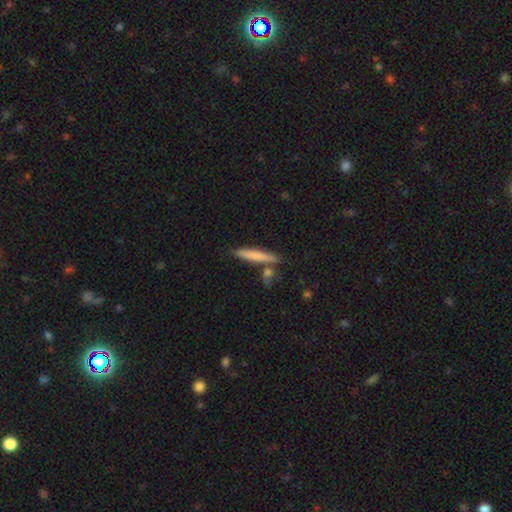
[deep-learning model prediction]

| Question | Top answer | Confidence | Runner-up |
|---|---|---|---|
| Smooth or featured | smooth | 73% | featured or disk (21%) |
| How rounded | cigar-shaped | 92% | in between (6%) |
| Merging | none | 78% | minor disturbance (11%) |